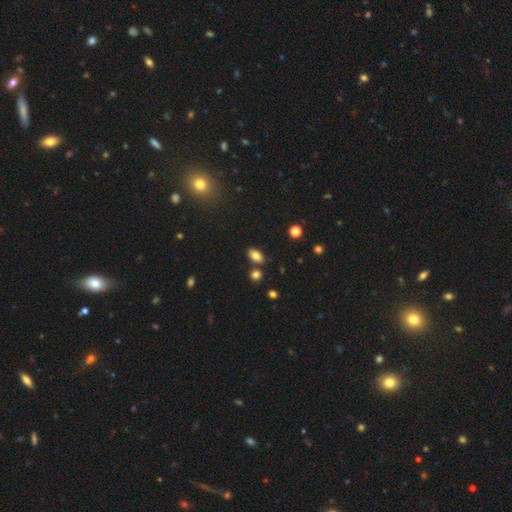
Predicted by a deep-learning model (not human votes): smooth-or-featured: smooth: 81% | star or artifact: 10% | featured or disk: 8%
  how-rounded: in between: 88% | round: 9% | cigar-shaped: 3%
  merging: none: 78% | minor disturbance: 11% | merger: 9% | major disturbance: 3%